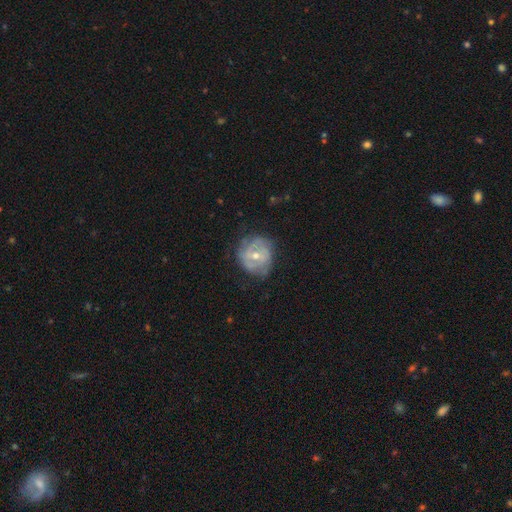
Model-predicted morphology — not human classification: This is likely a featured or disk galaxy (67%). It is clearly not viewed edge-on (97%). Bar: marginally weak (44%). Spiral arm pattern: likely yes (62%). Central bulge: possibly moderate (57%). Merging: likely none (64%).